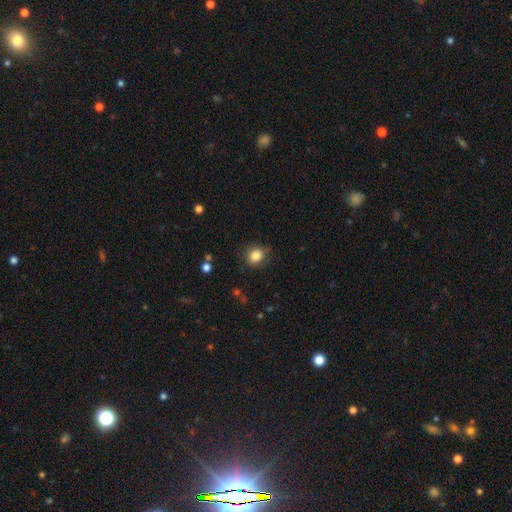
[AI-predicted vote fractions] Smooth or featured? smooth (84%)
How rounded? round (74%)
Merging? none (80%)